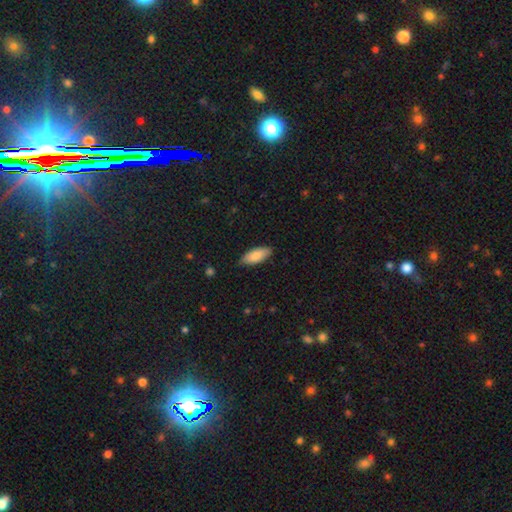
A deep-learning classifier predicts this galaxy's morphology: Smooth or featured? Predicted: smooth (p=0.84). How rounded? Predicted: in between (p=0.83). Merging? Predicted: none (p=0.83).